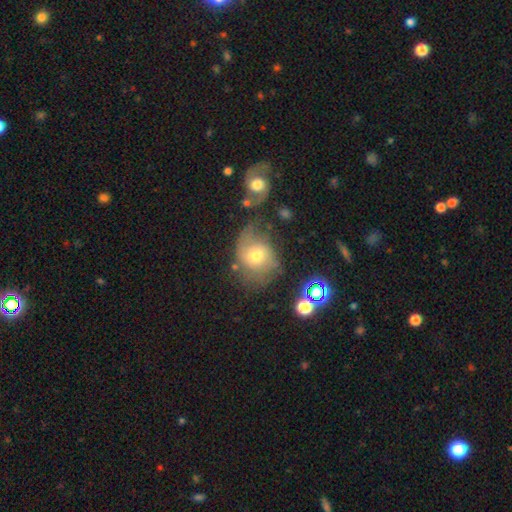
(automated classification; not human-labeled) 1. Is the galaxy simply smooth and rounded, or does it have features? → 45% smooth, 41% featured or disk, 14% star or artifact.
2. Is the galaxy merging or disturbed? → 41% none, 24% minor disturbance, 21% major disturbance, 15% merger.